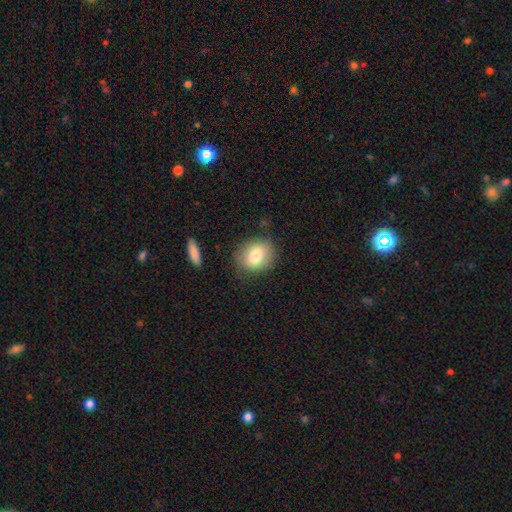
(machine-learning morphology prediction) The model was most divided on "how rounded": round: 59%, in between: 40%, cigar-shaped: 1%. More confident: smooth or featured — smooth (79%); merging — none (79%).